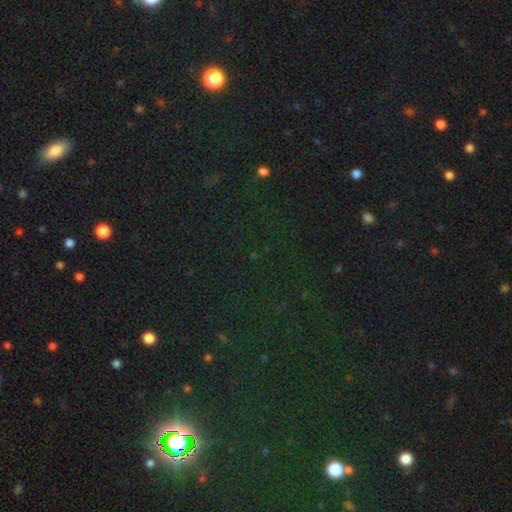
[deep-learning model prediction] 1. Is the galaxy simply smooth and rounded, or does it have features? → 79% star or artifact, 14% smooth, 7% featured or disk.